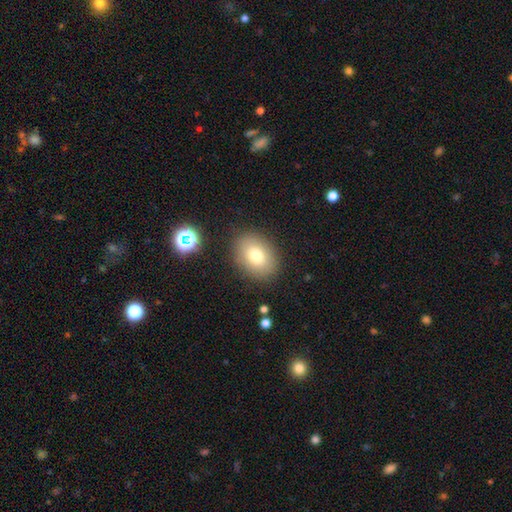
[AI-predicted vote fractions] Smooth or featured? smooth (77%)
How rounded? in between (69%)
Merging? none (86%)